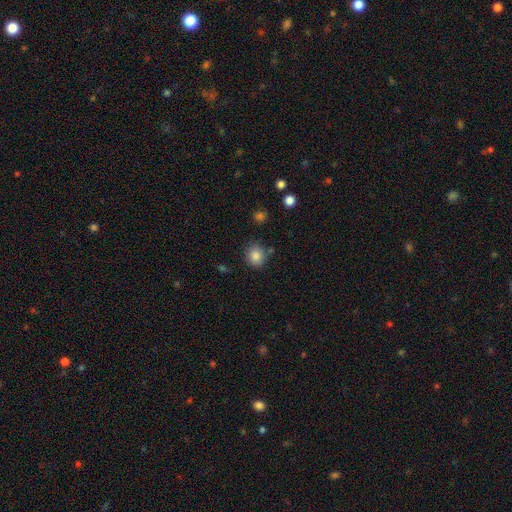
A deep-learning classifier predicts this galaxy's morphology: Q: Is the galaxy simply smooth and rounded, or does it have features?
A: smooth — 85%.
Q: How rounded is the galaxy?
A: round — 81%.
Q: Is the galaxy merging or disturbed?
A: none — 80%.